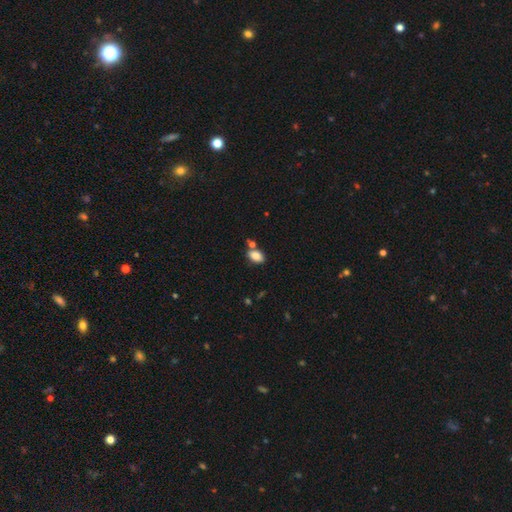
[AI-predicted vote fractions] This is clearly a smooth galaxy (85%). How rounded: clearly in between (88%). Merging: likely none (63%).